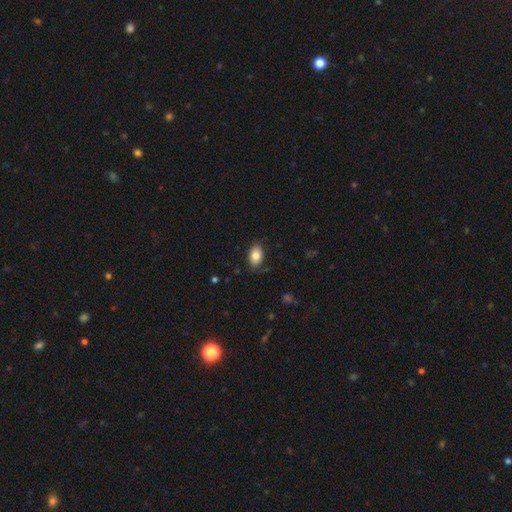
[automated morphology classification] Overall: smooth (82%). How rounded: in between (89%). Merging: none (81%).